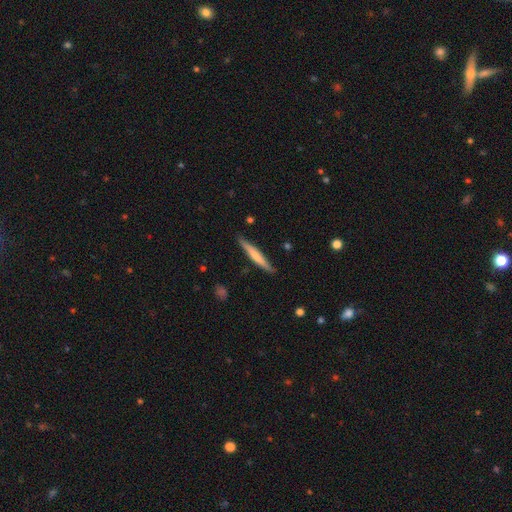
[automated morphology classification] The model was most divided on "smooth or featured": smooth: 57%, featured or disk: 38%, star or artifact: 5%. More confident: how rounded — cigar-shaped (95%); merging — none (87%).